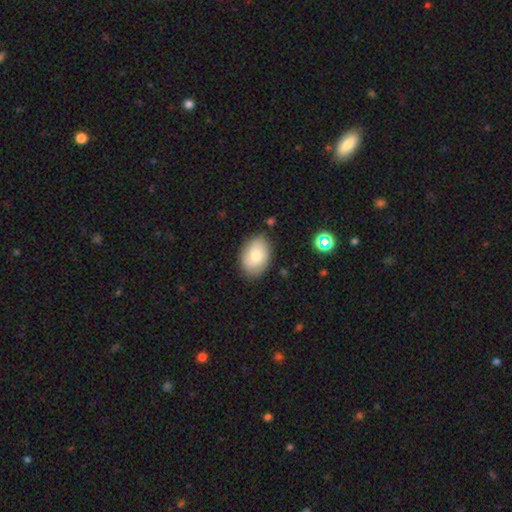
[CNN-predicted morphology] A smooth galaxy with no disk features (75%) that is in between round and cigar-shaped (84%).

Vote fractions:
- Smooth or featured? smooth: 75% / featured or disk: 18% / star or artifact: 7%
- How rounded? in between: 84% / round: 15% / cigar-shaped: 1%
- Merging? none: 79% / minor disturbance: 15% / major disturbance: 3% / merger: 2%